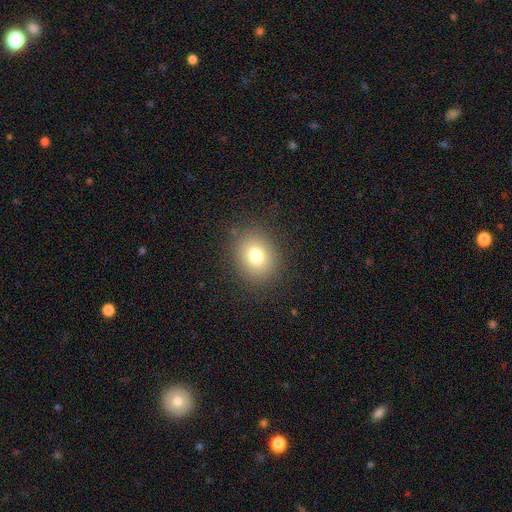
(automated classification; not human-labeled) Overall: smooth (77%). How rounded: round (66%; in between 33%). Merging: none (87%).